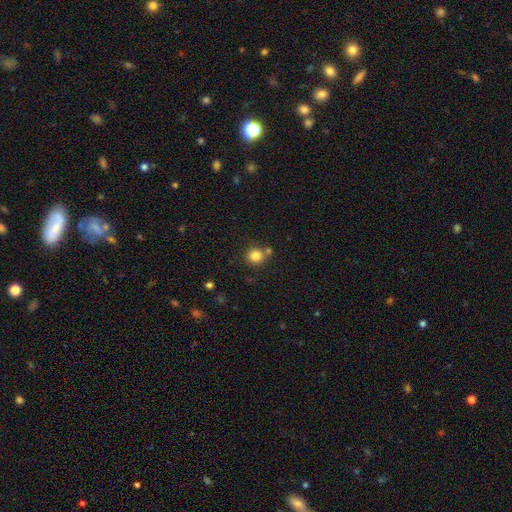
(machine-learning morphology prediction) Smooth or featured?
  - smooth: 83% *
  - star or artifact: 11%
  - featured or disk: 6%
How rounded?
  - round: 89% *
  - in between: 10%
  - cigar-shaped: 1%
Merging?
  - none: 74% *
  - merger: 14%
  - minor disturbance: 9%
  - major disturbance: 3%